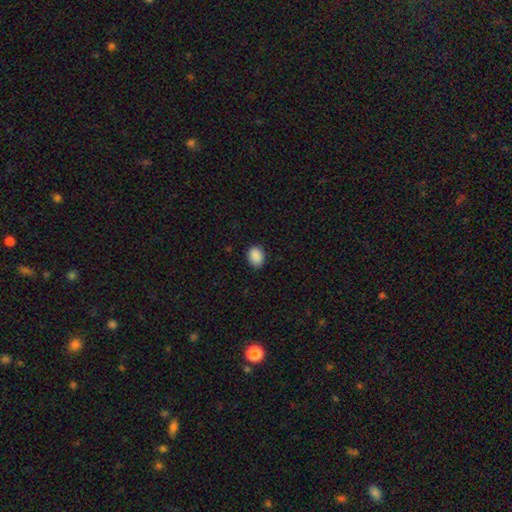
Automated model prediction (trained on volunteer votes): This is clearly a smooth galaxy (90%). How rounded: likely in between (62%). Merging: clearly none (86%).